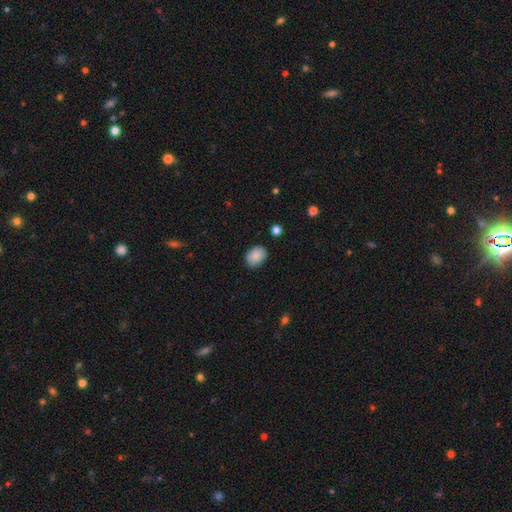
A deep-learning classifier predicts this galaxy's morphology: A smooth galaxy with no disk features (88%) that is in between round and cigar-shaped (69%). Merging: none (83%).